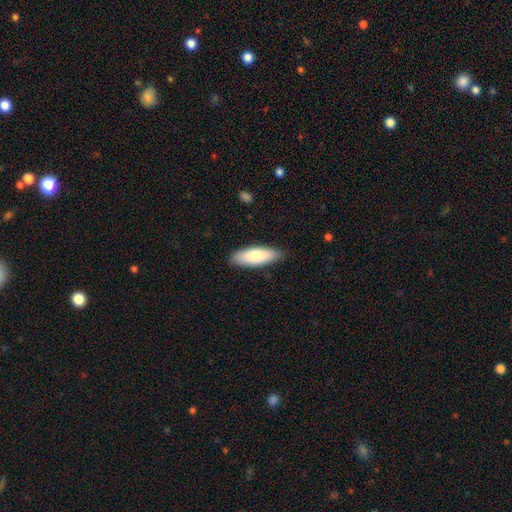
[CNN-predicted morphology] This is clearly a smooth galaxy (81%). How rounded: likely in between (65%). Merging: clearly none (87%).